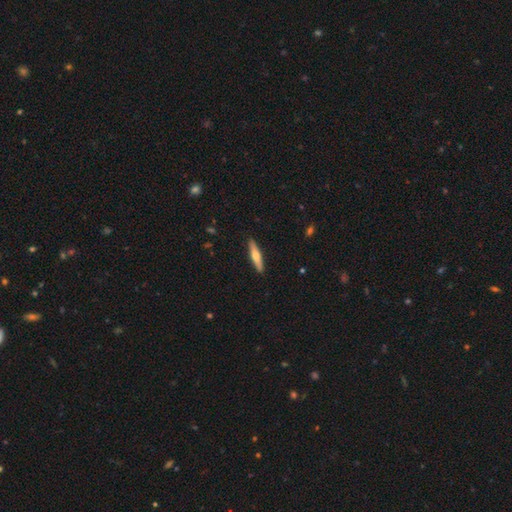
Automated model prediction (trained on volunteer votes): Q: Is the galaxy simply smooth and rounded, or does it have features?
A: smooth — 48%.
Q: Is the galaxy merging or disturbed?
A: none — 91%.